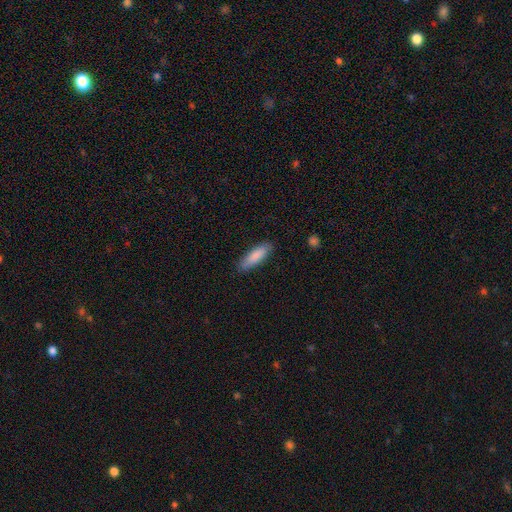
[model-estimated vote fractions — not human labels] This is clearly a smooth galaxy (86%). How rounded: possibly cigar-shaped (55%). Merging: clearly none (86%).